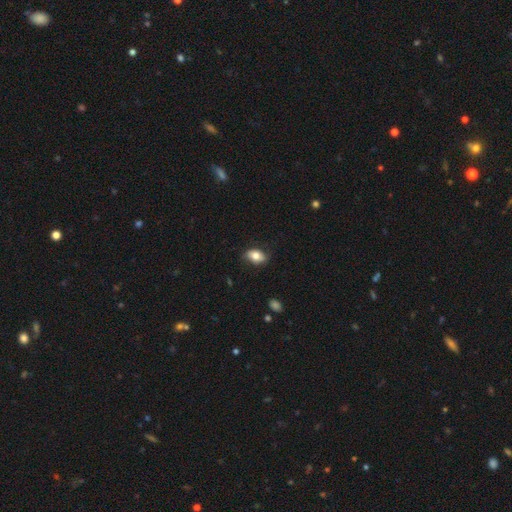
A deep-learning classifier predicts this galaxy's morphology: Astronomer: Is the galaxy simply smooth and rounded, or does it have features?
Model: smooth — 74%.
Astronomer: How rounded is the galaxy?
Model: in between — 87%.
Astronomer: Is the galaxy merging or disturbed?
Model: none — 78%.